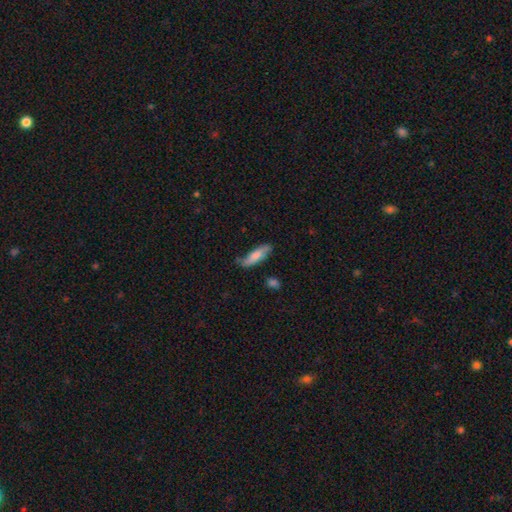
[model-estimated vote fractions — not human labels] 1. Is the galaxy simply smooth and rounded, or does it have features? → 72% smooth, 22% featured or disk, 6% star or artifact.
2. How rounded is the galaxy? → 53% cigar-shaped, 45% in between, 2% round.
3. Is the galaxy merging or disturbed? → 66% none, 25% minor disturbance, 5% major disturbance, 4% merger.